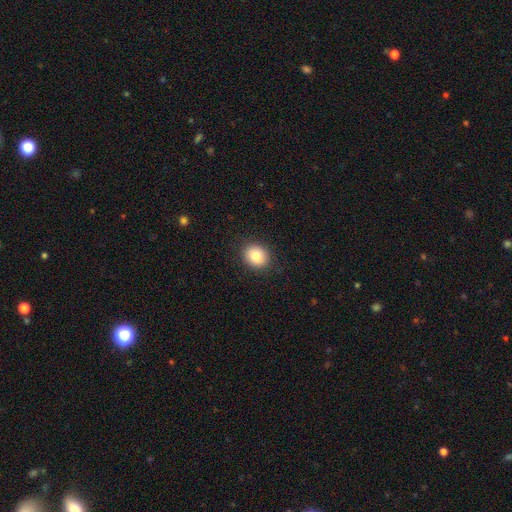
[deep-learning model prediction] The model was most divided on "how rounded": round: 72%, in between: 27%, cigar-shaped: 1%. More confident: merging — none (90%); smooth or featured — smooth (83%).